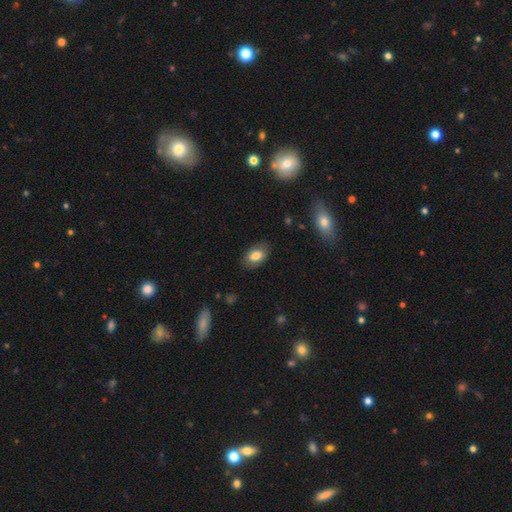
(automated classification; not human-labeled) This appears to be a smooth galaxy with no disk features (77%) that is in between round and cigar-shaped (89%). Merging: none (81%).